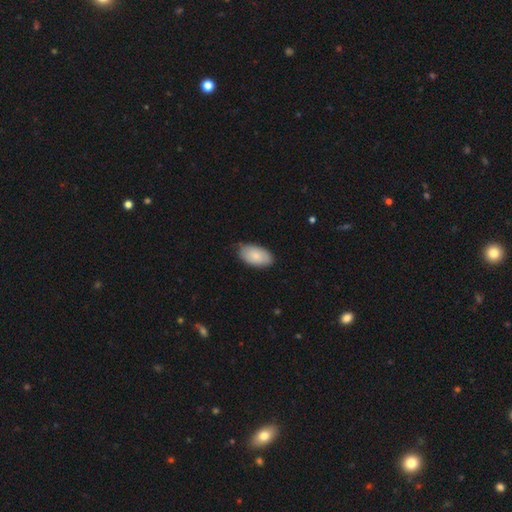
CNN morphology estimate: smooth_or_featured: smooth (p=0.81) [alt: featured or disk p=0.14]
how_rounded: in between (p=0.95) [alt: round p=0.03]
merging: none (p=0.78) [alt: minor disturbance p=0.19]